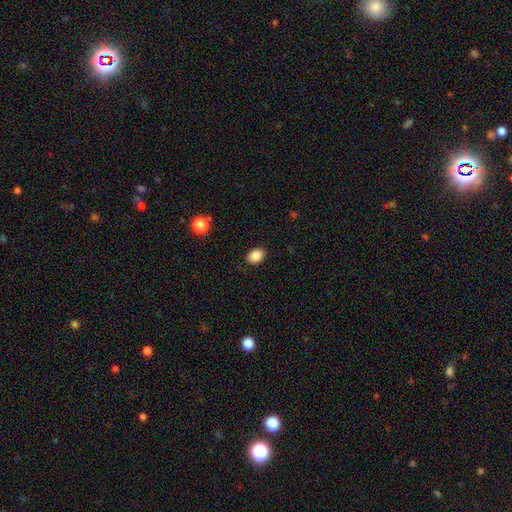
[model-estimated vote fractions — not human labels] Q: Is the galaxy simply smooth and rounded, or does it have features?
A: smooth — 87%.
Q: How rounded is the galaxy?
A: in between — 64%.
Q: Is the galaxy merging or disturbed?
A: none — 87%.